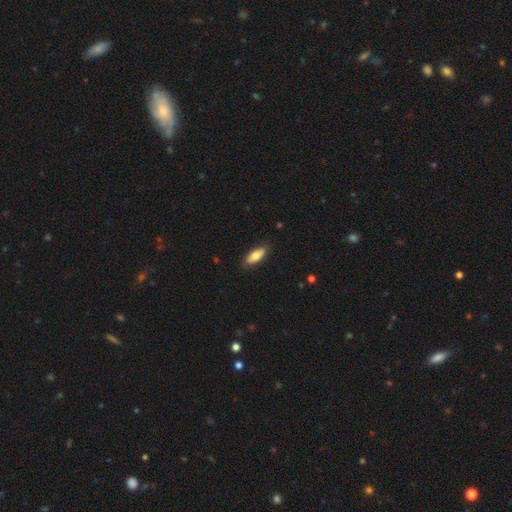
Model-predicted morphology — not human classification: Smooth or featured? smooth (75%)
How rounded? in between (82%)
Merging? none (84%)